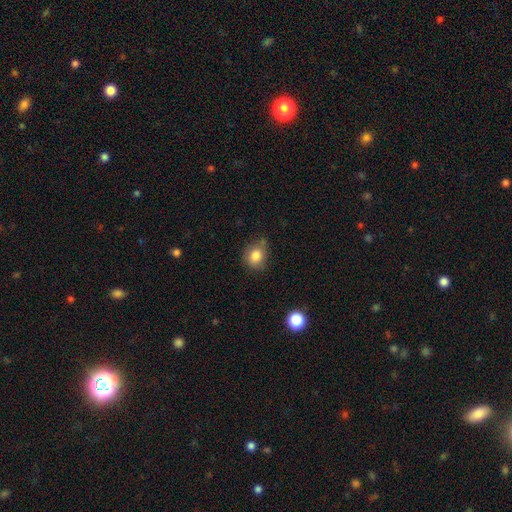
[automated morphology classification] smooth-or-featured: smooth: 83% | star or artifact: 10% | featured or disk: 7%
  how-rounded: round: 69% | in between: 30% | cigar-shaped: 1%
  merging: none: 68% | minor disturbance: 22% | merger: 5% | major disturbance: 5%